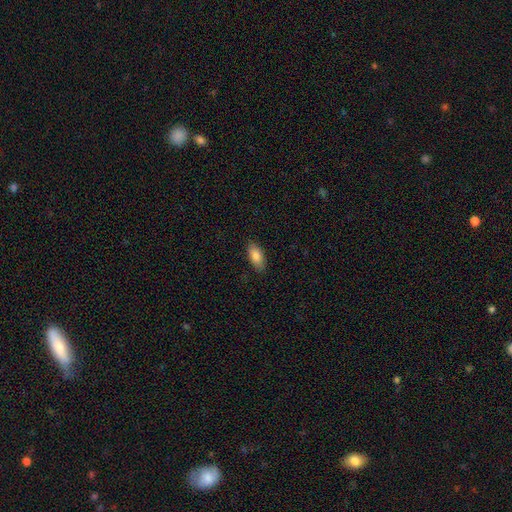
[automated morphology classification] The model was most divided on "smooth or featured": smooth: 84%, featured or disk: 10%, star or artifact: 7%. More confident: how rounded — in between (87%); merging — none (86%).